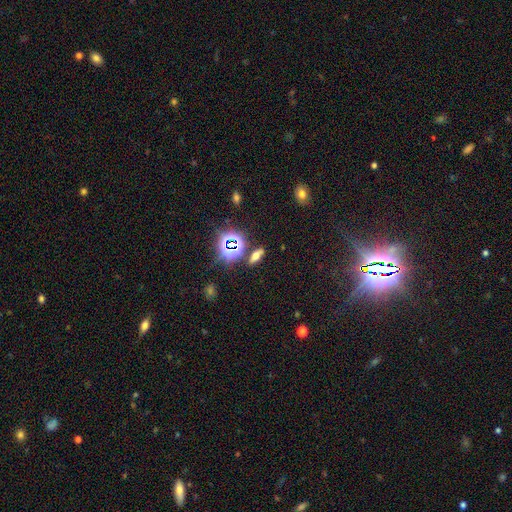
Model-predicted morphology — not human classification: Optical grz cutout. It shows a smooth galaxy with no disk features (43%). Merging: none (82%).